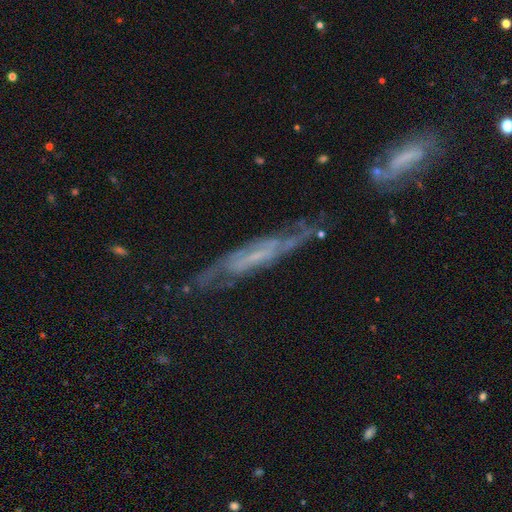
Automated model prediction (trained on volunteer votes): smooth_or_featured: featured or disk (p=0.76) [alt: smooth p=0.15]
disk_edge_on: no (p=0.58) [alt: yes p=0.42]
merging: none (p=0.67) [alt: minor disturbance p=0.20]